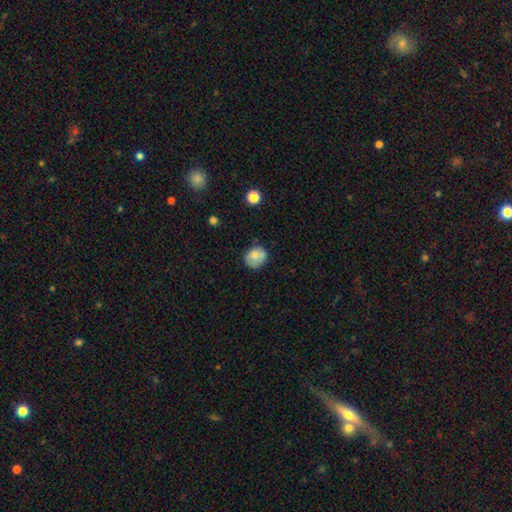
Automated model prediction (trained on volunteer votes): Smooth or featured?
  - smooth: 73% *
  - featured or disk: 18%
  - star or artifact: 9%
How rounded?
  - round: 70% *
  - in between: 29%
  - cigar-shaped: 1%
Merging?
  - none: 63% *
  - minor disturbance: 24%
  - merger: 7%
  - major disturbance: 7%